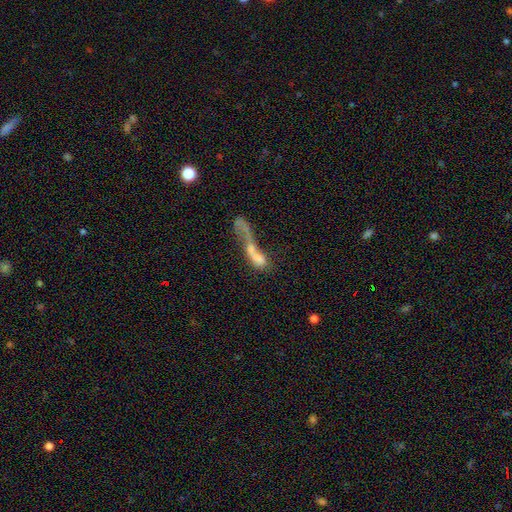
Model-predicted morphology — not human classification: smooth 47%, featured or disk 42%, star or artifact 11%. Down the decision tree: merging — merger (55%).